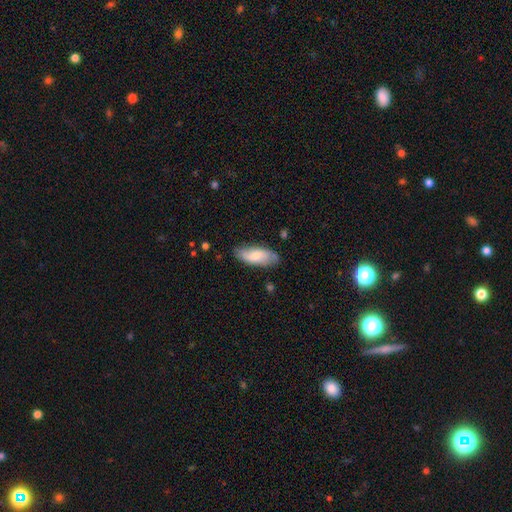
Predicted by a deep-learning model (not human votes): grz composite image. It shows a smooth galaxy with no disk features (74%) that is in between round and cigar-shaped (80%). Merging: none (78%).